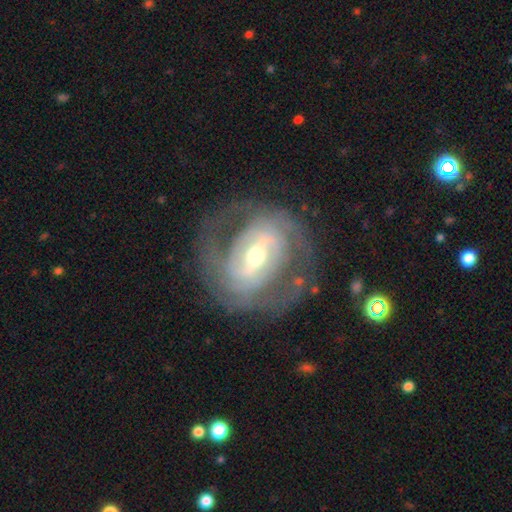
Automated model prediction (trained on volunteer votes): smooth-or-featured: featured or disk: 85% | smooth: 10% | star or artifact: 5%
  disk-edge-on: no: 96% | yes: 4%
    bar: strong: 52% | weak: 35% | no: 13%
    has-spiral-arms: yes: 86% | no: 14%
      spiral-winding: tight: 49% | medium: 38% | loose: 13%
      spiral-arm-count: 2: 60% | can't tell: 21% | 3: 9% | 1: 4% | 4: 3% | more than 4: 3%
    bulge-size: moderate: 56% | small: 36% | large: 6% | dominant: 1% | none: 1%
  merging: none: 71% | minor disturbance: 15% | major disturbance: 12% | merger: 2%